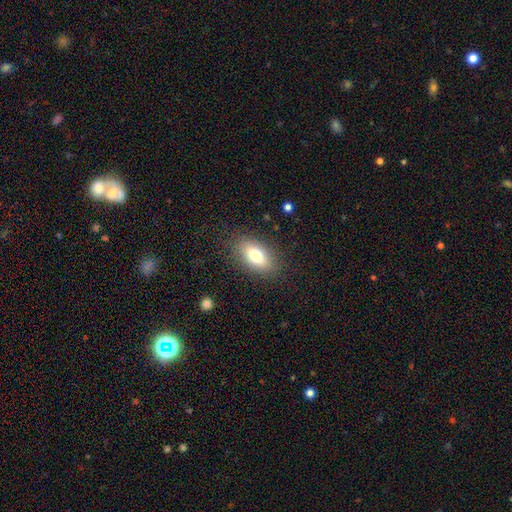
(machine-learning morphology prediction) Smooth or featured?
  - smooth: 76% *
  - featured or disk: 15%
  - star or artifact: 9%
How rounded?
  - in between: 88% *
  - round: 8%
  - cigar-shaped: 5%
Merging?
  - none: 85% *
  - minor disturbance: 10%
  - major disturbance: 4%
  - merger: 1%